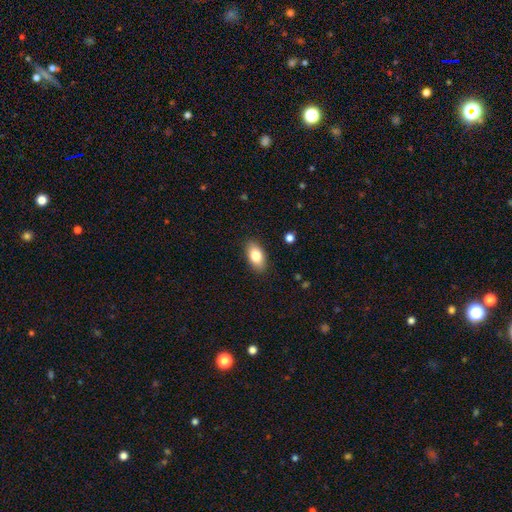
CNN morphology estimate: A smooth galaxy with no disk features (81%) that is in between round and cigar-shaped (91%). Merging: none (88%).